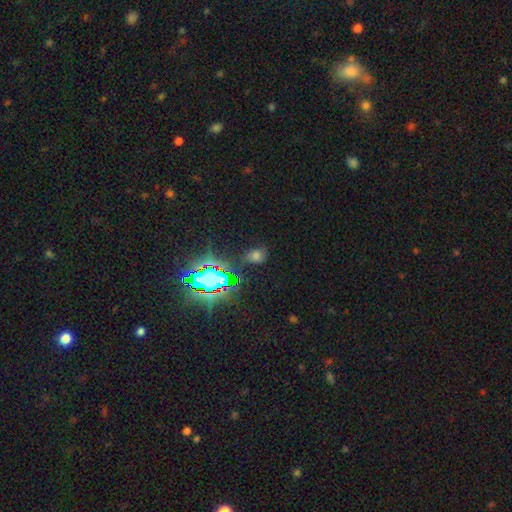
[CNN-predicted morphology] Smooth or featured?
  - smooth: 50% *
  - star or artifact: 39%
  - featured or disk: 11%
Merging?
  - none: 68% *
  - minor disturbance: 19%
  - major disturbance: 9%
  - merger: 4%